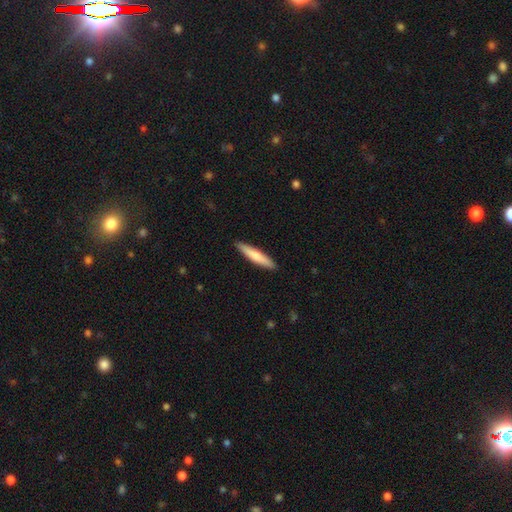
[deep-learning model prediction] A smooth galaxy with no disk features (72%) that is cigar-shaped (91%). Merging: none (91%).